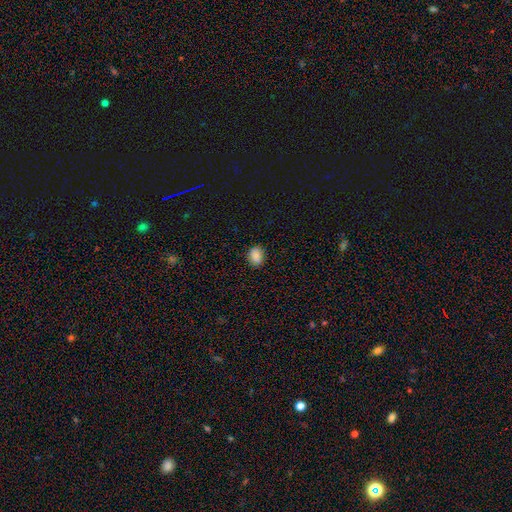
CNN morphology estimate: smooth_or_featured: smooth (p=0.88) [alt: star or artifact p=0.09]
how_rounded: in between (p=0.69) [alt: round p=0.29]
merging: none (p=0.86) [alt: minor disturbance p=0.11]